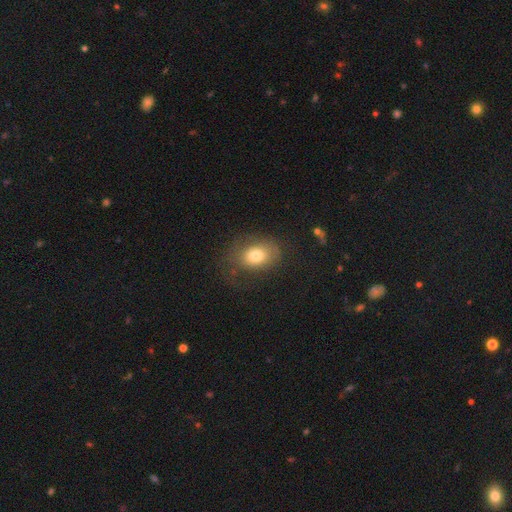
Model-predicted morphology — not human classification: The model was most divided on "merging": none: 62%, minor disturbance: 21%, major disturbance: 15%, merger: 2%. More confident: how rounded — in between (75%); smooth or featured — smooth (73%).